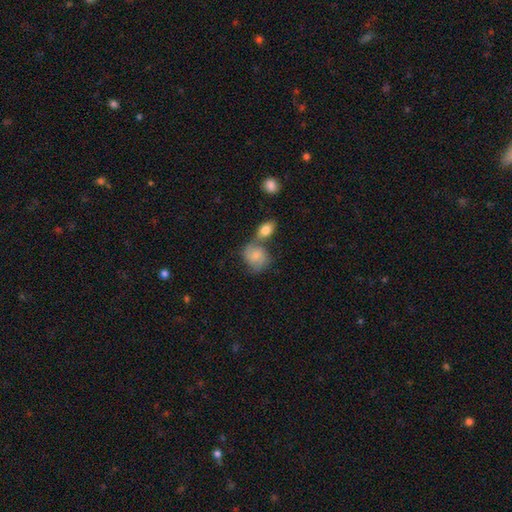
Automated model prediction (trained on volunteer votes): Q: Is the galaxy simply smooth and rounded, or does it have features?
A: smooth — 64%.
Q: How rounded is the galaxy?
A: round — 52%.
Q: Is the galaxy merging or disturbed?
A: merger — 41%.